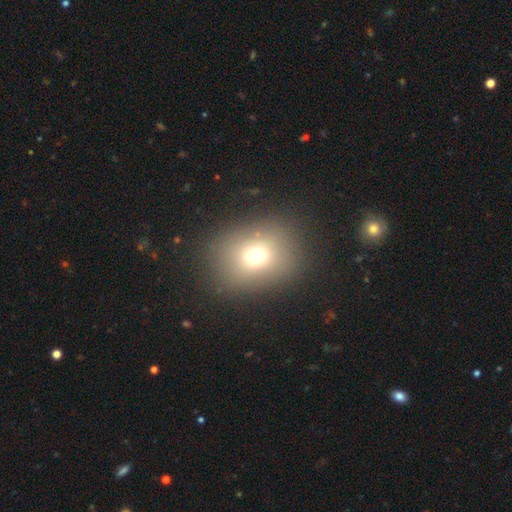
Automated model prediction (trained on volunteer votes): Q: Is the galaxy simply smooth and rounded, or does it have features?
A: smooth — 71%.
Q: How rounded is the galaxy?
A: round — 56%.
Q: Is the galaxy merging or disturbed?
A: none — 84%.